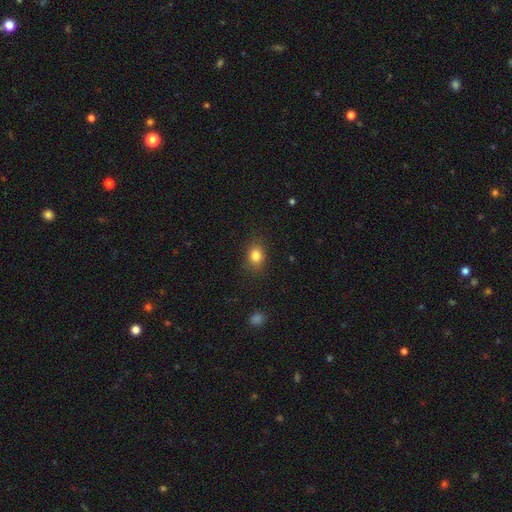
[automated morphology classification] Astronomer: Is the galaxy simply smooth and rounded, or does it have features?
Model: smooth — 82%.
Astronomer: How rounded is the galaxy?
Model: round — 54% (runner-up: in between, 45%).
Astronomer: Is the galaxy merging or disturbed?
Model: none — 85%.